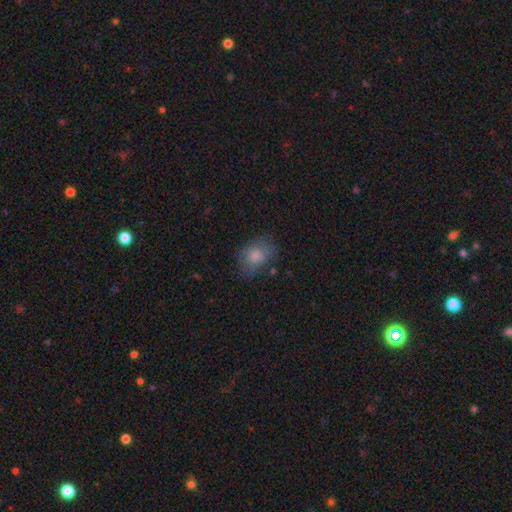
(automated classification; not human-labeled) Smooth or featured? Predicted: smooth (p=0.76). How rounded? Predicted: in between (p=0.70). Merging? Predicted: none (p=0.61).